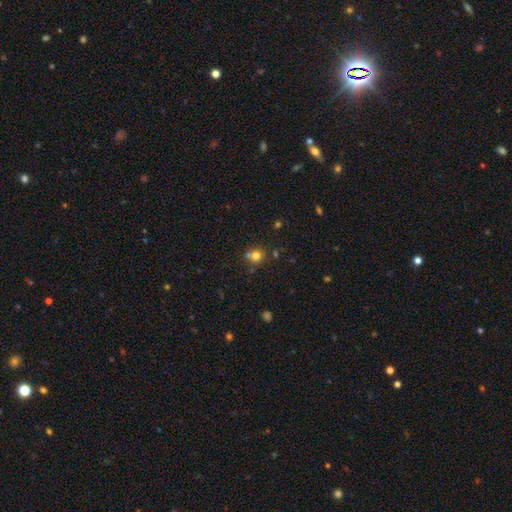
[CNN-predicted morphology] A smooth galaxy with no disk features (74%) that is round (86%). Merging: none (59%).